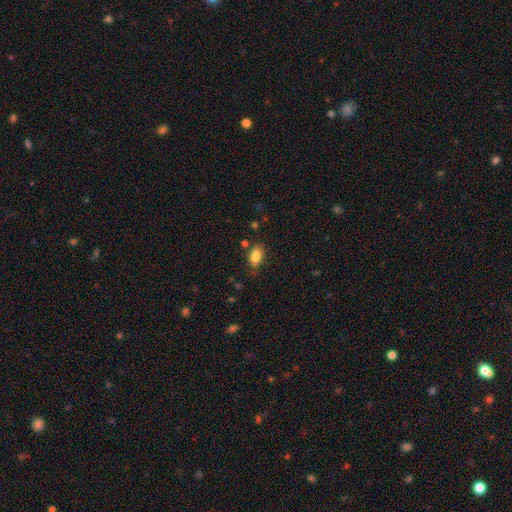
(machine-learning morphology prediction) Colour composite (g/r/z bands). It shows a smooth galaxy with no disk features (86%) that is in between round and cigar-shaped (91%). Merging: none (77%).